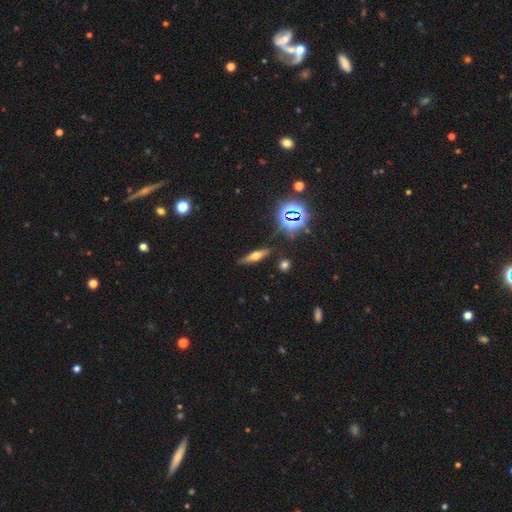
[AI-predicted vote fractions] Smooth or featured? smooth (41%)
Merging? none (83%)